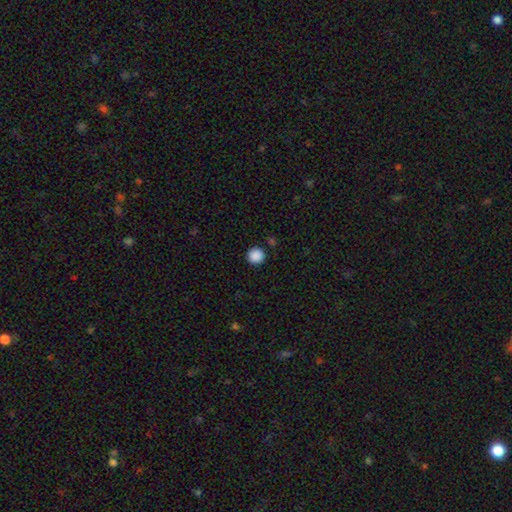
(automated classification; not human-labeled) Overall: smooth (88%). How rounded: round (95%). Merging: none (91%).